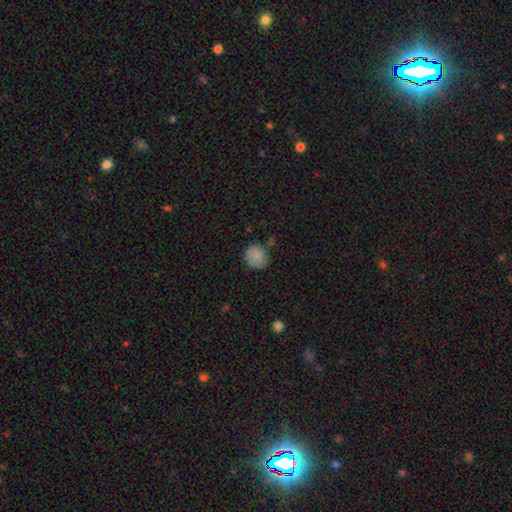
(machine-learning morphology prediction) A smooth galaxy with no disk features (85%) that is round (81%).

Vote fractions:
- Smooth or featured? smooth: 85% / star or artifact: 10% / featured or disk: 6%
- How rounded? round: 81% / in between: 18% / cigar-shaped: 1%
- Merging? none: 74% / minor disturbance: 18% / merger: 5% / major disturbance: 4%